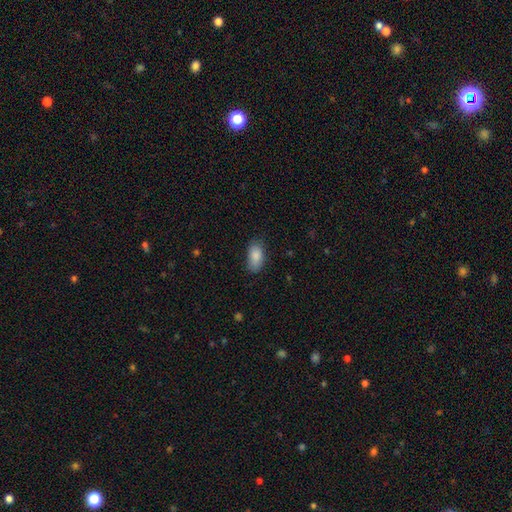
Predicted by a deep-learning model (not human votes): Smooth or featured?
  - smooth: 87% *
  - star or artifact: 7%
  - featured or disk: 6%
How rounded?
  - in between: 92% *
  - cigar-shaped: 4%
  - round: 4%
Merging?
  - none: 76% *
  - minor disturbance: 19%
  - major disturbance: 4%
  - merger: 1%